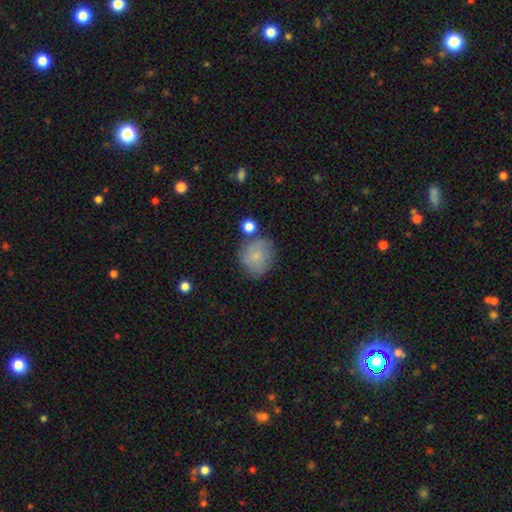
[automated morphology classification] Smooth or featured? Predicted: smooth (p=0.69). How rounded? Predicted: round (p=0.77). Merging? Predicted: none (p=0.63).